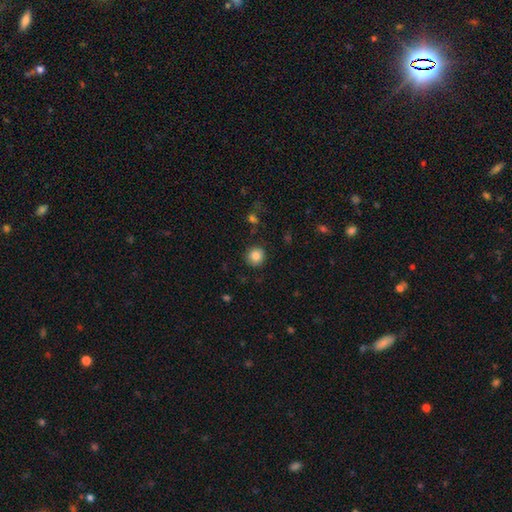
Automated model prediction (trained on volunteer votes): A smooth galaxy with no disk features (85%) that is round (90%).

Vote fractions:
- Smooth or featured? smooth: 85% / star or artifact: 10% / featured or disk: 5%
- How rounded? round: 90% / in between: 9% / cigar-shaped: 1%
- Merging? none: 88% / minor disturbance: 8% / major disturbance: 3% / merger: 2%